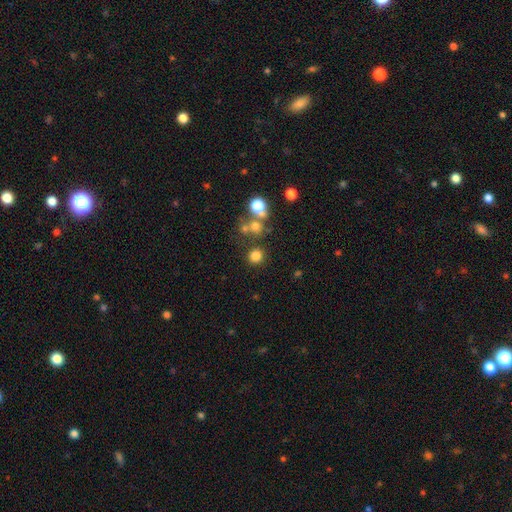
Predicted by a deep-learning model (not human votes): smooth-or-featured: smooth: 77% | star or artifact: 17% | featured or disk: 6%
  how-rounded: round: 90% | in between: 9% | cigar-shaped: 1%
  merging: none: 79% | merger: 9% | minor disturbance: 8% | major disturbance: 4%